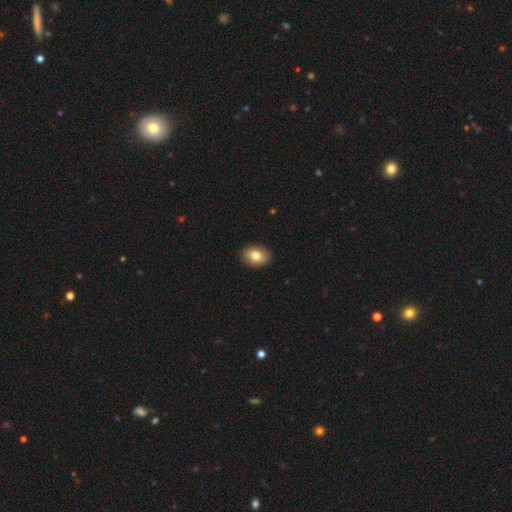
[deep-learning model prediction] Smooth or featured? Predicted: smooth (p=0.81). How rounded? Predicted: in between (p=0.76). Merging? Predicted: none (p=0.90).